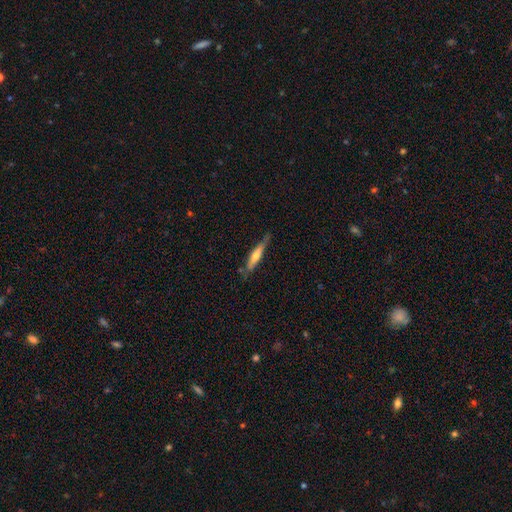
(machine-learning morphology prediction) Q: Smooth or featured?
A: featured or disk (48%); runner-up: smooth (46%)
Q: Merging?
A: none (72%); runner-up: minor disturbance (21%)